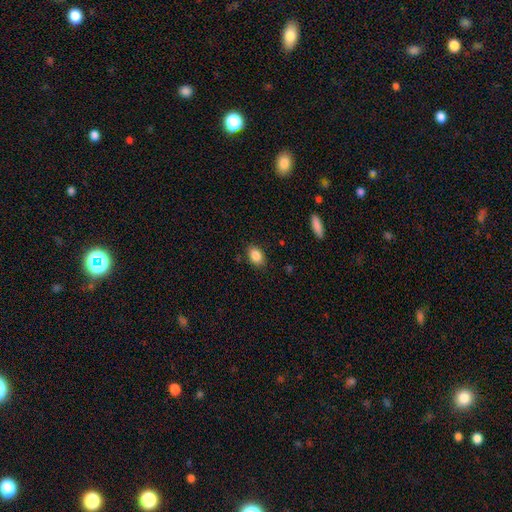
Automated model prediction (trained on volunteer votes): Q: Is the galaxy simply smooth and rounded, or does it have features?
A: smooth — 86%.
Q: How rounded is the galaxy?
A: in between — 79%.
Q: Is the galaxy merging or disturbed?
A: none — 84%.